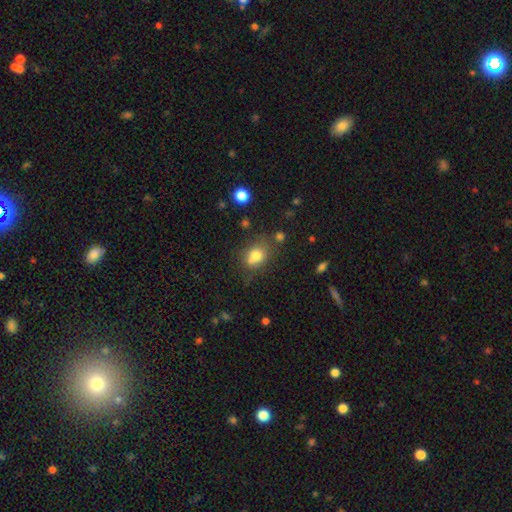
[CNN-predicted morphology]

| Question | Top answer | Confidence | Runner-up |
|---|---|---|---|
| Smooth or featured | smooth | 76% | star or artifact (12%) |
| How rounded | round | 50% | in between (49%) |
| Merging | none | 52% | merger (21%) |